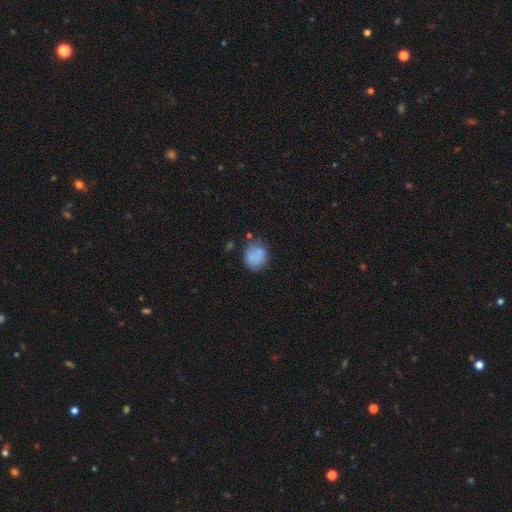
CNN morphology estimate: This is likely a smooth galaxy (76%). How rounded: likely round (67%). Merging: possibly none (58%).